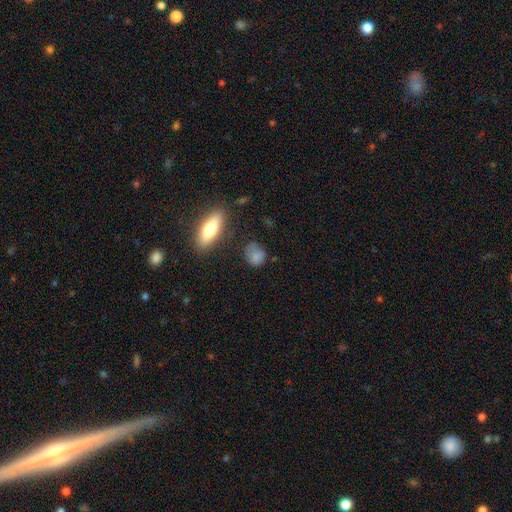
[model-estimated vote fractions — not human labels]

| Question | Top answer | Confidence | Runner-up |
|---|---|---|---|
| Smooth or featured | smooth | 79% | featured or disk (10%) |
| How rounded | in between | 50% | round (46%) |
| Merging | none | 58% | minor disturbance (27%) |